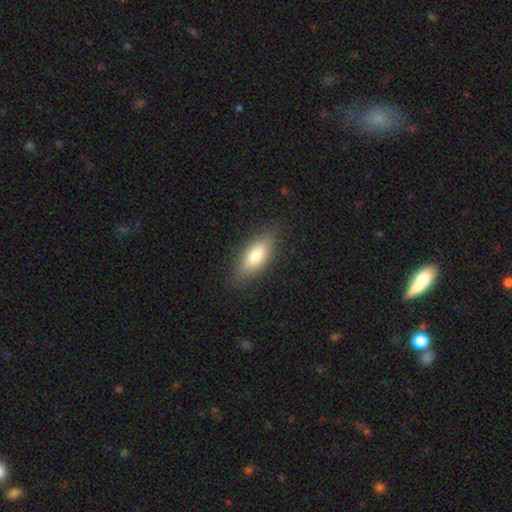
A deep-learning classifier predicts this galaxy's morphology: Smooth or featured?
  - smooth: 73% *
  - featured or disk: 20%
  - star or artifact: 7%
How rounded?
  - in between: 74% *
  - cigar-shaped: 23%
  - round: 3%
Merging?
  - none: 82% *
  - minor disturbance: 14%
  - major disturbance: 3%
  - merger: 1%